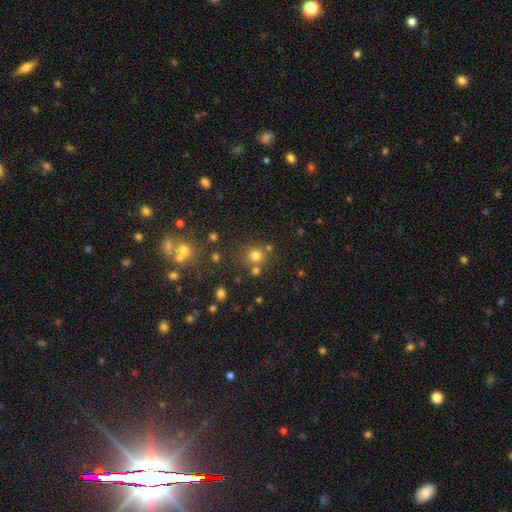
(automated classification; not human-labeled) Smooth or featured?
  - smooth: 74% *
  - star or artifact: 19%
  - featured or disk: 7%
How rounded?
  - round: 89% *
  - in between: 10%
  - cigar-shaped: 1%
Merging?
  - none: 72% *
  - merger: 14%
  - minor disturbance: 10%
  - major disturbance: 4%